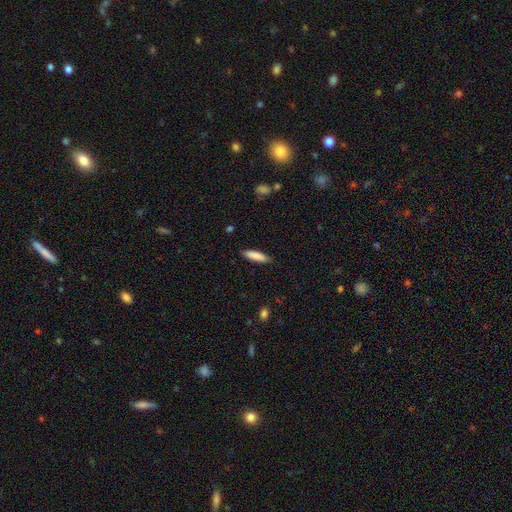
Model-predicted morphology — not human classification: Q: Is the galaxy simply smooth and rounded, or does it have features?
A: smooth — 85%.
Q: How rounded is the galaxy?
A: cigar-shaped — 68%.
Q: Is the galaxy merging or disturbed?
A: none — 87%.